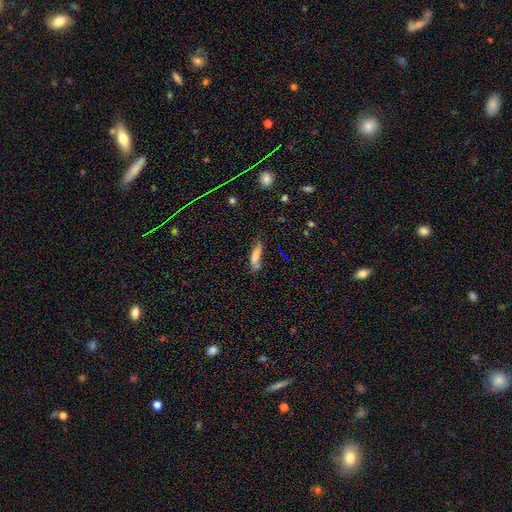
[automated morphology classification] Smooth or featured? smooth (70%)
How rounded? cigar-shaped (60%)
Merging? none (58%)